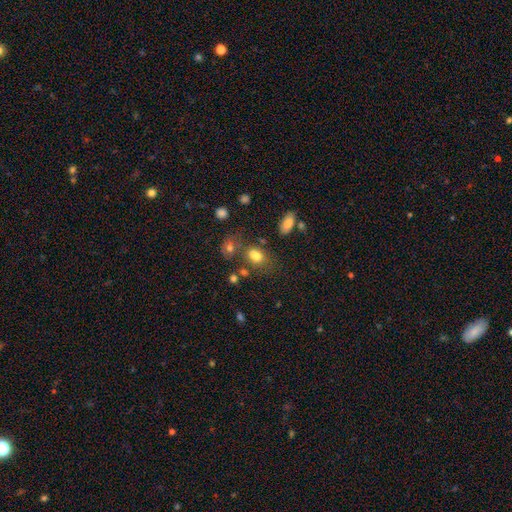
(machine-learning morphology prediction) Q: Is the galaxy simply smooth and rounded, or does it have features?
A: smooth — 74%.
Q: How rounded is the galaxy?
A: in between — 70%.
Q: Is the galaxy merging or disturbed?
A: none — 46%.